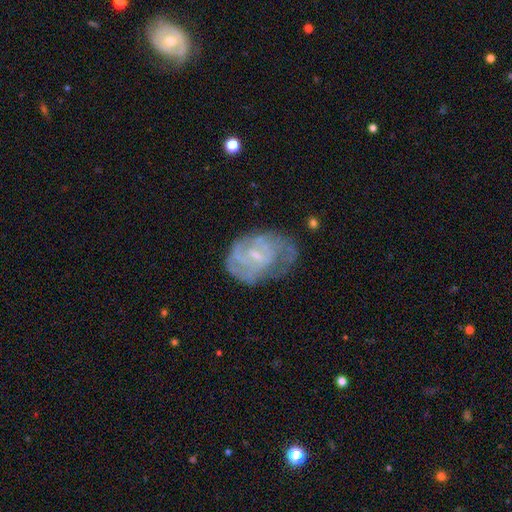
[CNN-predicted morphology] Smooth or featured? Predicted: featured or disk (p=0.74). Edge-on disk? Predicted: no (p=0.97). Bar? Predicted: weak (p=0.51). Spiral arms? Predicted: yes (p=0.81). Spiral winding? Predicted: tight (p=0.52). Spiral arm count? Predicted: can't tell (p=0.46). Bulge size? Predicted: small (p=0.66). Merging? Predicted: none (p=0.48).